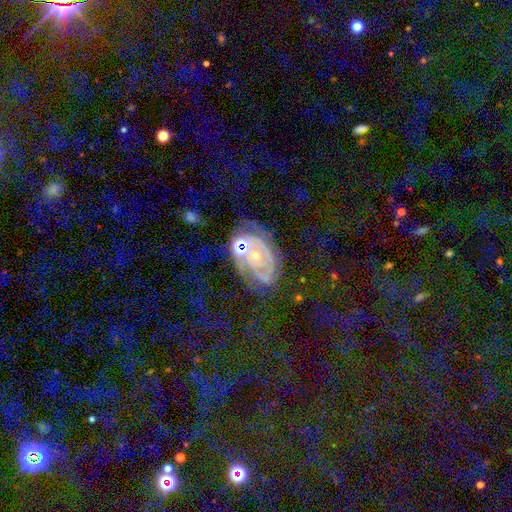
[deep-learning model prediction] Overall: featured or disk (72%). Edge-on disk: no (97%). Bar: no (79%). Spiral arms: yes (81%). Spiral arm count: 2 (39%; can't tell 33%). Spiral winding: tight (61%; medium 28%). Bulge size: small (66%; moderate 29%). Merging: none (48%; minor disturbance 22%).